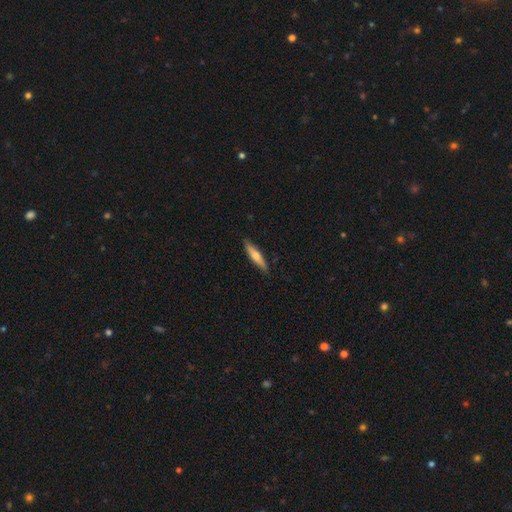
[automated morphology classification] smooth 55%, featured or disk 39%, star or artifact 5%. Down the decision tree: how rounded — cigar-shaped (85%); merging — none (89%).